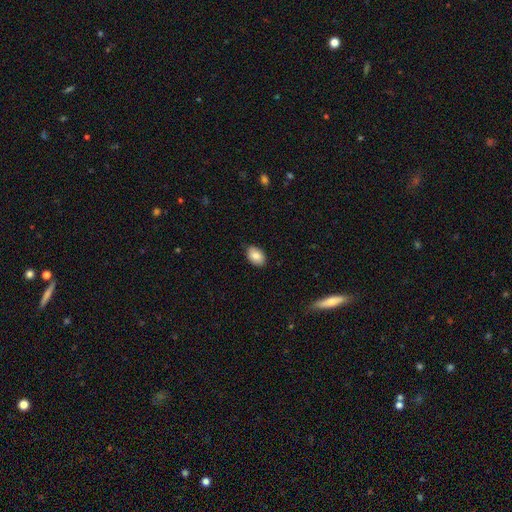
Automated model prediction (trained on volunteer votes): smooth 85%, featured or disk 8%, star or artifact 7%. Down the decision tree: how rounded — in between (89%); merging — none (85%).